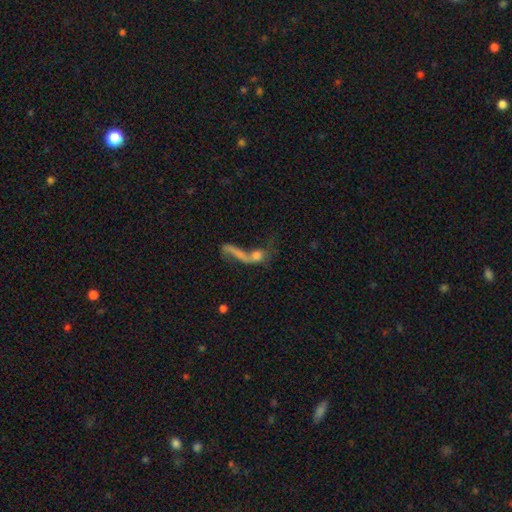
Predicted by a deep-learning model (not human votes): This is possibly a smooth galaxy (48%). Merging: possibly merger (50%).